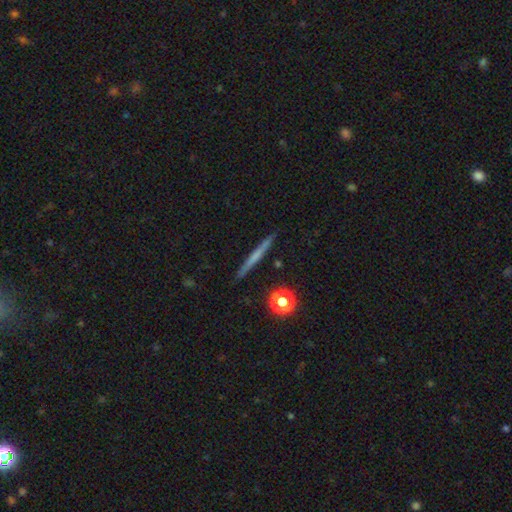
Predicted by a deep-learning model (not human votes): smooth_or_featured: featured or disk (p=0.47) [alt: smooth p=0.45]
merging: none (p=0.91) [alt: minor disturbance p=0.06]